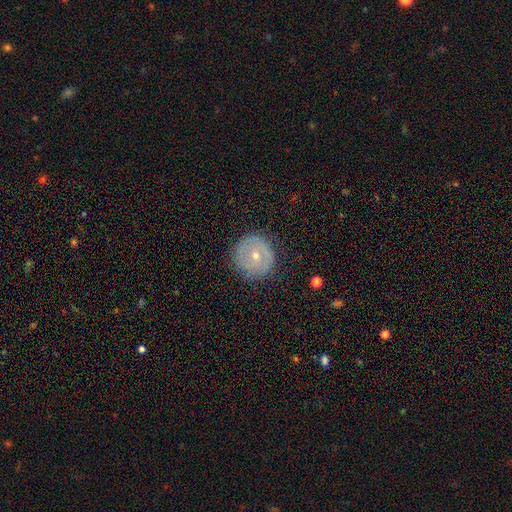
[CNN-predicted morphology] This is possibly a featured or disk galaxy (50%). Merging: clearly none (85%).